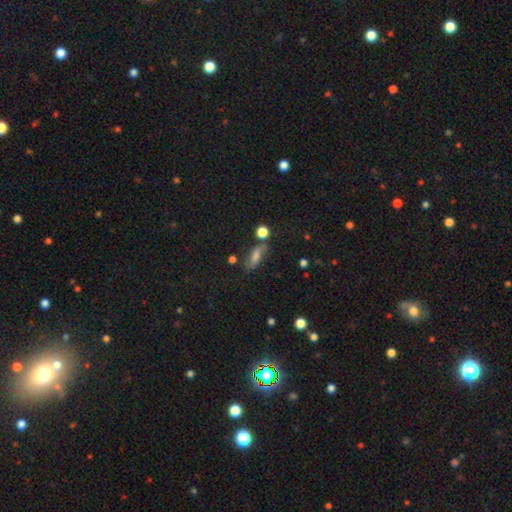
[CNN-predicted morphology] The model was most divided on "smooth or featured": featured or disk: 43%, smooth: 39%, star or artifact: 18%. More confident: merging — none (65%).